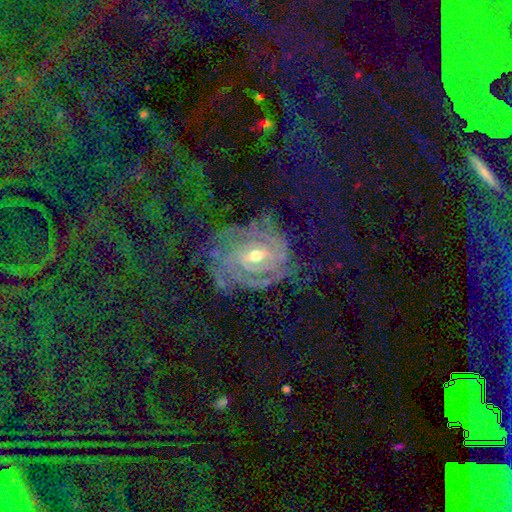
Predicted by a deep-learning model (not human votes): smooth_or_featured: featured or disk (p=0.82) [alt: star or artifact p=0.11]
disk_edge_on: no (p=0.96) [alt: yes p=0.04]
bar: weak (p=0.47) [alt: no p=0.31]
has_spiral_arms: yes (p=0.95) [alt: no p=0.05]
spiral_winding: tight (p=0.71) [alt: medium p=0.21]
spiral_arm_count: can't tell (p=0.35) [alt: 2 p=0.18]
bulge_size: moderate (p=0.60) [alt: small p=0.36]
merging: none (p=0.62) [alt: minor disturbance p=0.18]